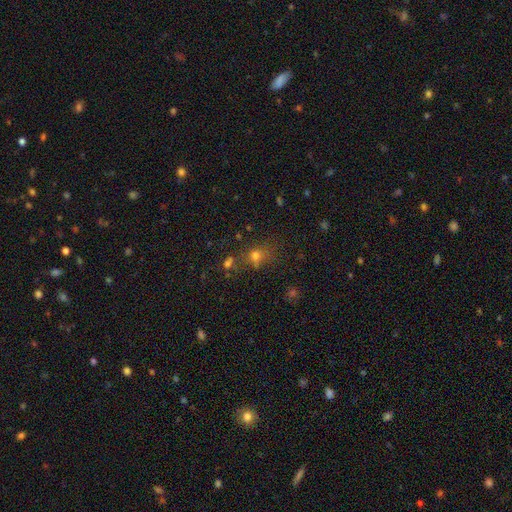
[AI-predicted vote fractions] smooth_or_featured: smooth (p=0.61) [alt: star or artifact p=0.28]
how_rounded: round (p=0.69) [alt: in between p=0.29]
merging: none (p=0.63) [alt: merger p=0.15]